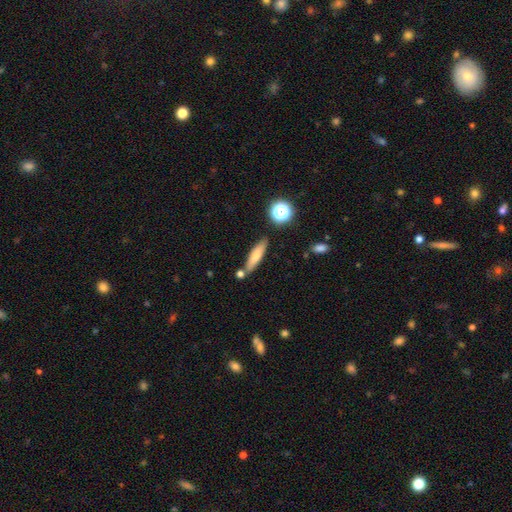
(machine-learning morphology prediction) Smooth or featured? smooth (70%)
How rounded? cigar-shaped (71%)
Merging? none (76%)